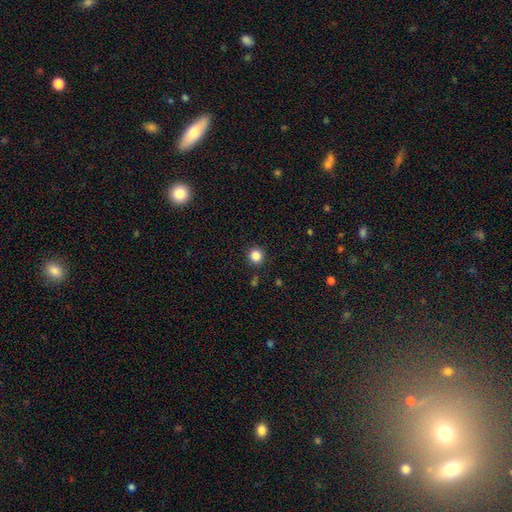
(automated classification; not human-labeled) Q: Smooth or featured?
A: smooth (85%); runner-up: star or artifact (12%)
Q: How rounded?
A: round (93%); runner-up: in between (6%)
Q: Merging?
A: none (90%); runner-up: minor disturbance (6%)